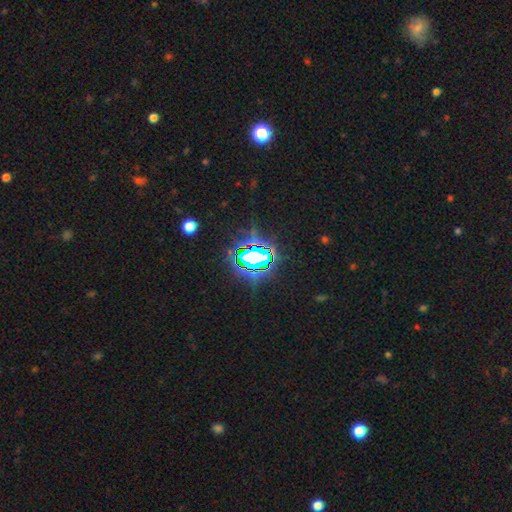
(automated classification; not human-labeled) smooth_or_featured: star or artifact (p=0.78) [alt: smooth p=0.12]